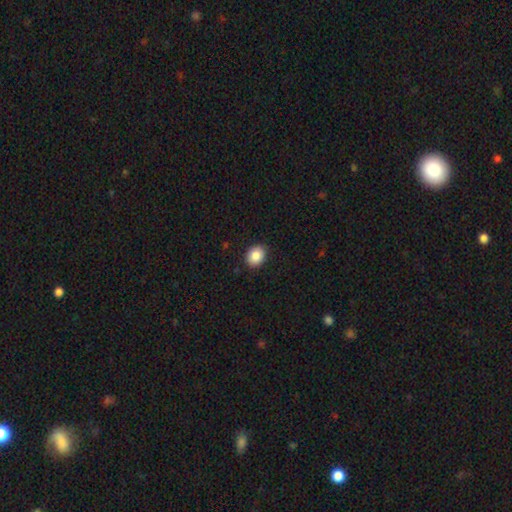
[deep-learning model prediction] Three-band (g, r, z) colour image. It shows a smooth galaxy with no disk features (86%) that is round (55%). Merging: none (90%).